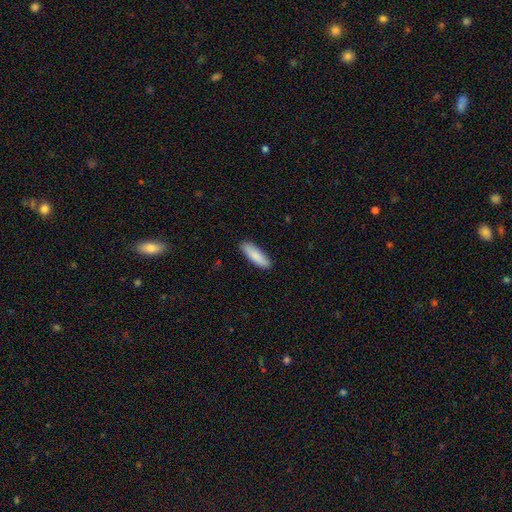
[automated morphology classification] This is clearly a smooth galaxy (87%). How rounded: possibly cigar-shaped (55%). Merging: clearly none (89%).